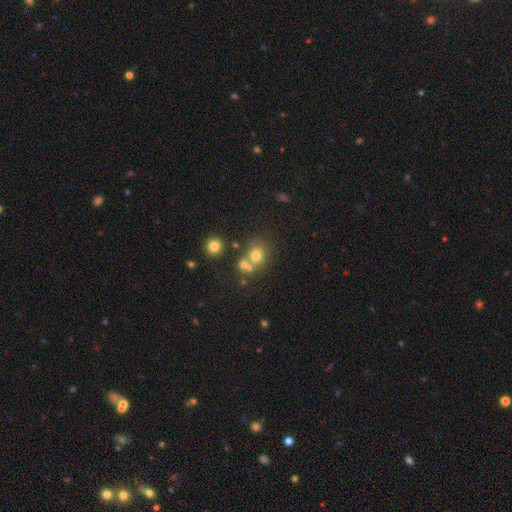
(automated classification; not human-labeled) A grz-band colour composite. It shows a smooth galaxy with no disk features (67%) that is round (74%). Merging: none (50%).